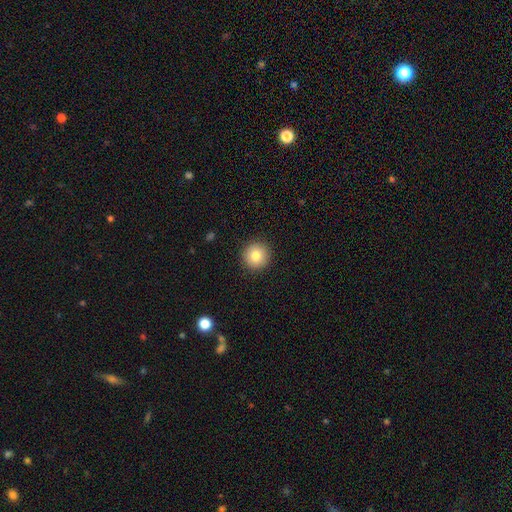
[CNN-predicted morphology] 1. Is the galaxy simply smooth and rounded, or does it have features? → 81% smooth, 10% star or artifact, 9% featured or disk.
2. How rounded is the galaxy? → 95% round, 4% in between, 1% cigar-shaped.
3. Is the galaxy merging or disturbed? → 93% none, 5% minor disturbance, 2% major disturbance, 1% merger.